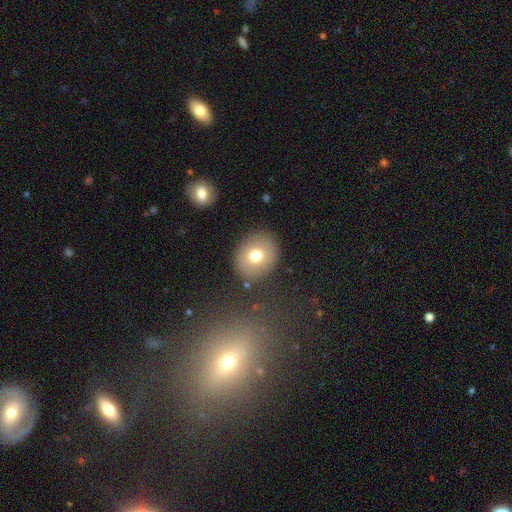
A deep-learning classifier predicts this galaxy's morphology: Smooth or featured? Predicted: smooth (p=0.71). How rounded? Predicted: round (p=0.68). Merging? Predicted: none (p=0.86).